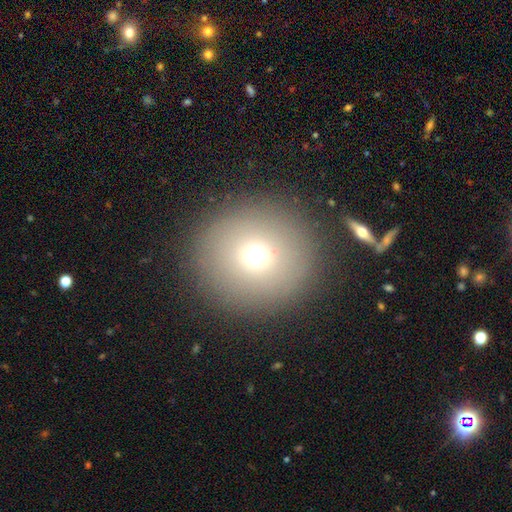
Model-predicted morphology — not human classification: smooth-or-featured: smooth: 71% | star or artifact: 16% | featured or disk: 13%
  how-rounded: round: 93% | in between: 6% | cigar-shaped: 1%
  merging: none: 88% | minor disturbance: 6% | major disturbance: 3% | merger: 2%